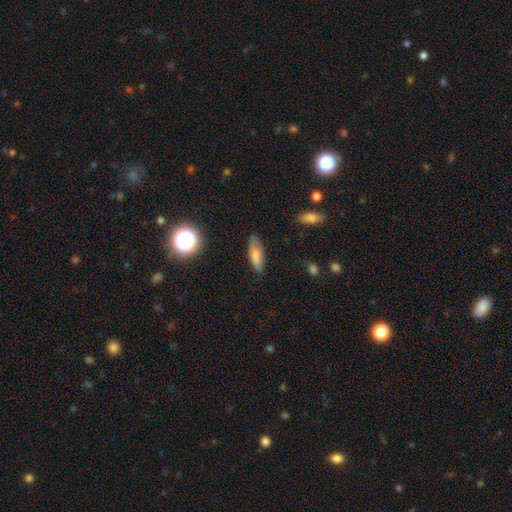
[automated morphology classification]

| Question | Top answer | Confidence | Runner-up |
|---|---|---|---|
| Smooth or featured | smooth | 77% | featured or disk (14%) |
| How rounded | in between | 58% | cigar-shaped (39%) |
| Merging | none | 77% | minor disturbance (17%) |